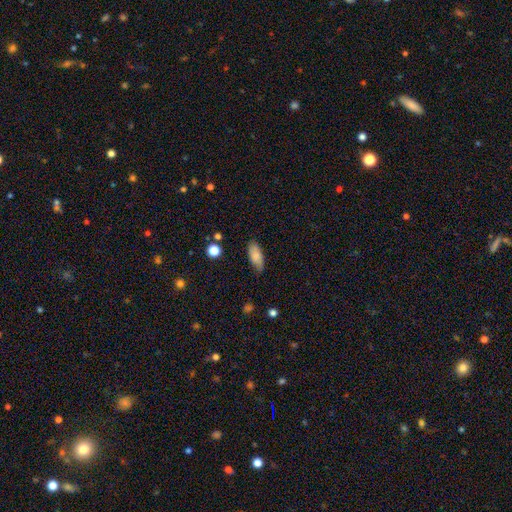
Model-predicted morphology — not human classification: Smooth or featured? smooth (83%)
How rounded? in between (84%)
Merging? none (76%)